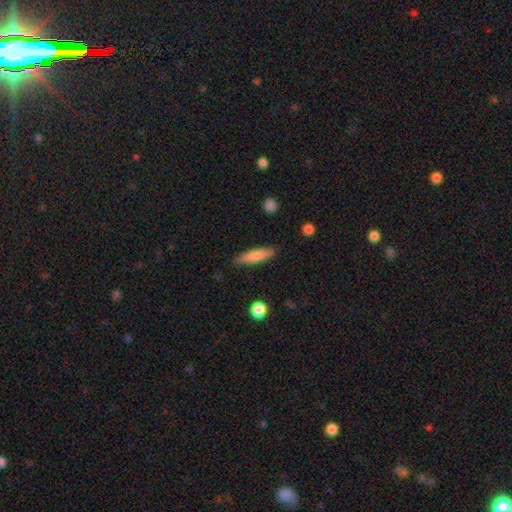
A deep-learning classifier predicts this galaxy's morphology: Smooth or featured? Predicted: smooth (p=0.73). How rounded? Predicted: cigar-shaped (p=0.76). Merging? Predicted: none (p=0.87).